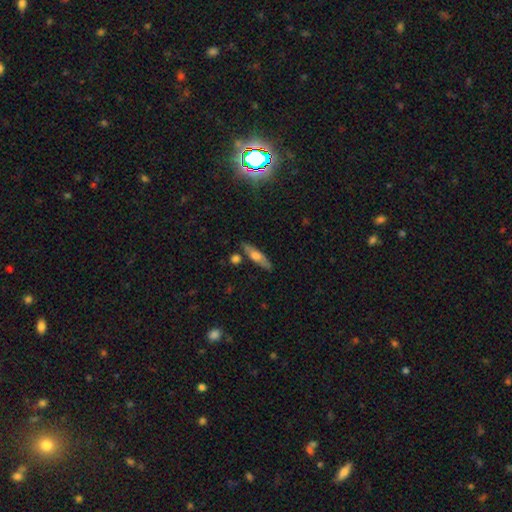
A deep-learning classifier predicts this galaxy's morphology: The model was most divided on "smooth or featured": smooth: 56%, featured or disk: 36%, star or artifact: 8%. More confident: merging — none (79%); how rounded — cigar-shaped (68%).